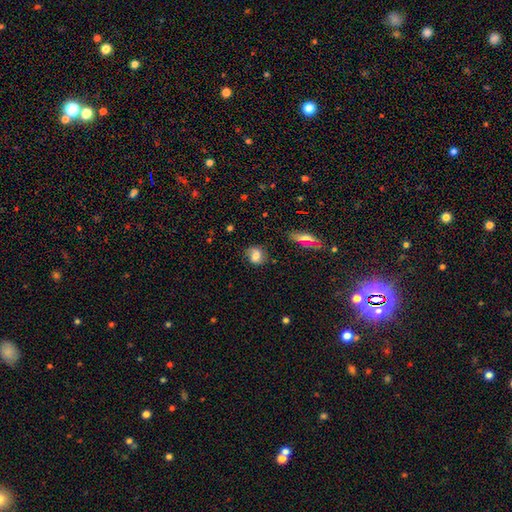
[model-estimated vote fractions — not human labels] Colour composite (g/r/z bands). It shows a smooth galaxy with no disk features (65%) that is round (58%). Merging: none (66%).